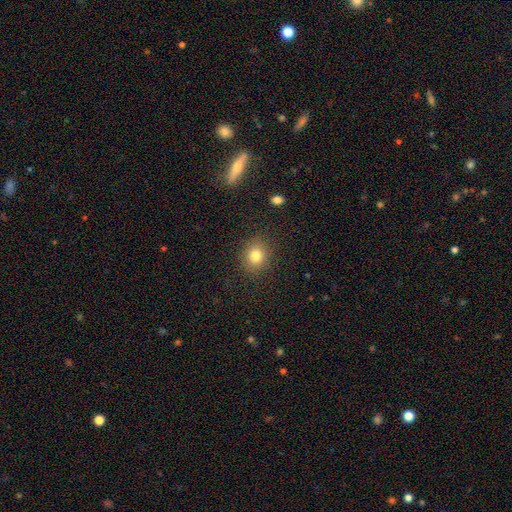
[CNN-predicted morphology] smooth-or-featured: smooth: 81% | star or artifact: 12% | featured or disk: 7%
  how-rounded: round: 67% | in between: 32% | cigar-shaped: 1%
  merging: none: 87% | minor disturbance: 9% | major disturbance: 3% | merger: 1%